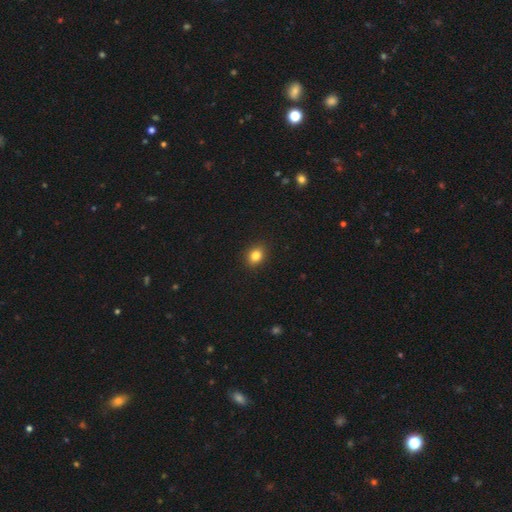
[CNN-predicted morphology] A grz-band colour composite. It shows a smooth galaxy with no disk features (83%) that is round (52%). Merging: none (90%).